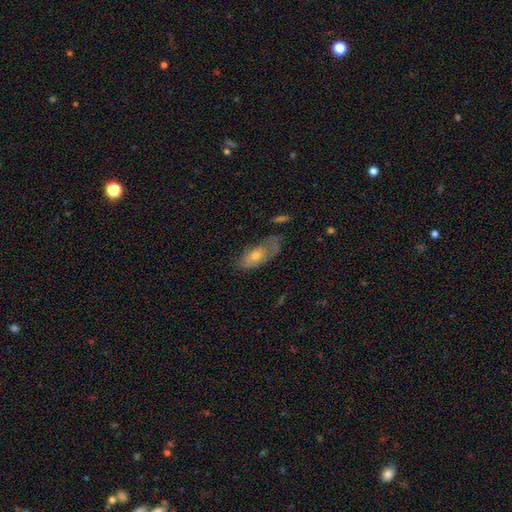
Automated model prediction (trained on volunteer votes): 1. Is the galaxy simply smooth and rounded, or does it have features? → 49% smooth, 43% featured or disk, 8% star or artifact.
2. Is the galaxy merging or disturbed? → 47% none, 30% minor disturbance, 19% major disturbance, 5% merger.